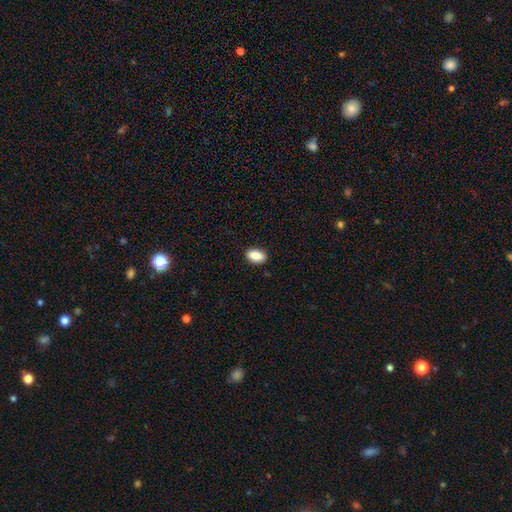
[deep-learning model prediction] This is clearly a smooth galaxy (88%). How rounded: clearly in between (91%). Merging: clearly none (89%).